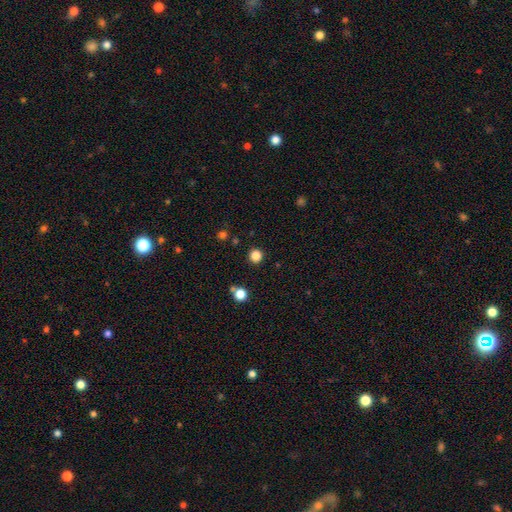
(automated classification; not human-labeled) A smooth galaxy with no disk features (84%) that is round (95%).

Vote fractions:
- Smooth or featured? smooth: 84% / star or artifact: 13% / featured or disk: 3%
- How rounded? round: 95% / in between: 4% / cigar-shaped: 1%
- Merging? none: 91% / minor disturbance: 5% / merger: 2% / major disturbance: 2%